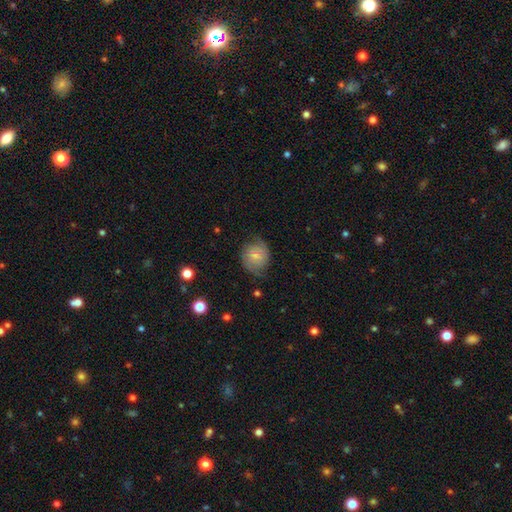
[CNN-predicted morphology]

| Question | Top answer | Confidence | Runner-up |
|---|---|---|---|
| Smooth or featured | smooth | 51% | featured or disk (42%) |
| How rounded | round | 74% | in between (25%) |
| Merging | none | 65% | minor disturbance (24%) |